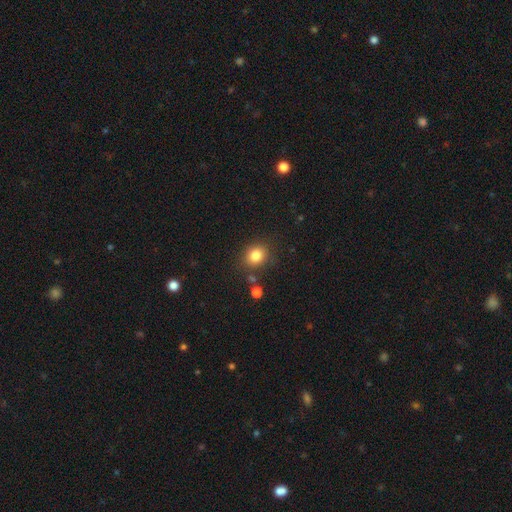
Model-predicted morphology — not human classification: Smooth or featured? Predicted: smooth (p=0.82). How rounded? Predicted: round (p=0.65). Merging? Predicted: none (p=0.79).